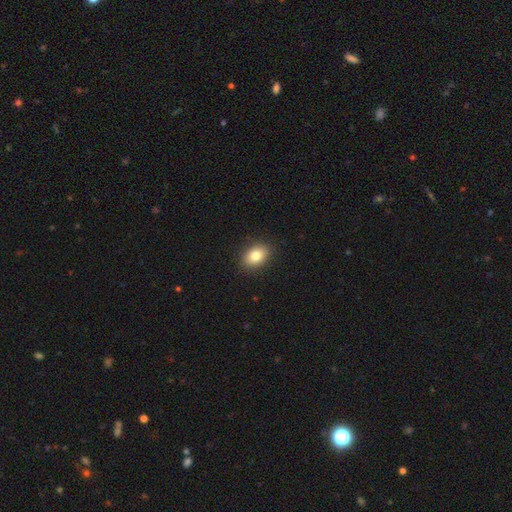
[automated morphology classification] Q: Smooth or featured?
A: smooth (82%); runner-up: featured or disk (10%)
Q: How rounded?
A: in between (75%); runner-up: round (24%)
Q: Merging?
A: none (90%); runner-up: minor disturbance (7%)